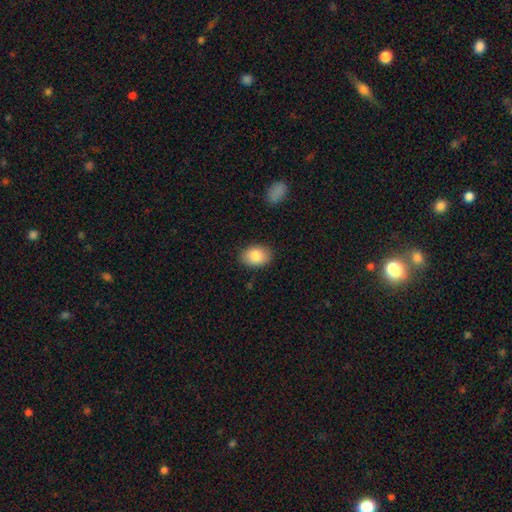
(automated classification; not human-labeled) Smooth or featured? smooth (85%)
How rounded? in between (81%)
Merging? none (85%)